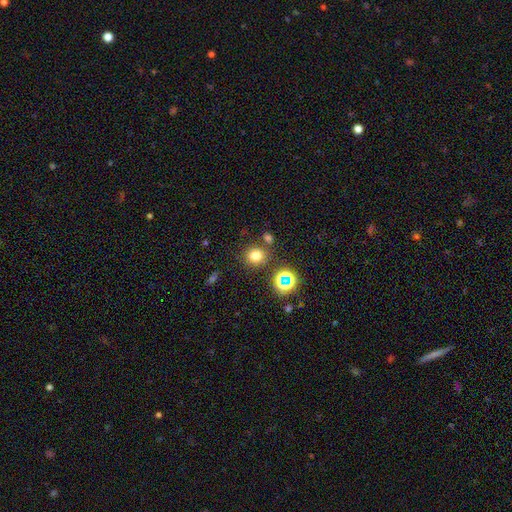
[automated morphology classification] The model was most divided on "smooth or featured": smooth: 73%, star or artifact: 20%, featured or disk: 7%. More confident: how rounded — round (83%); merging — none (78%).